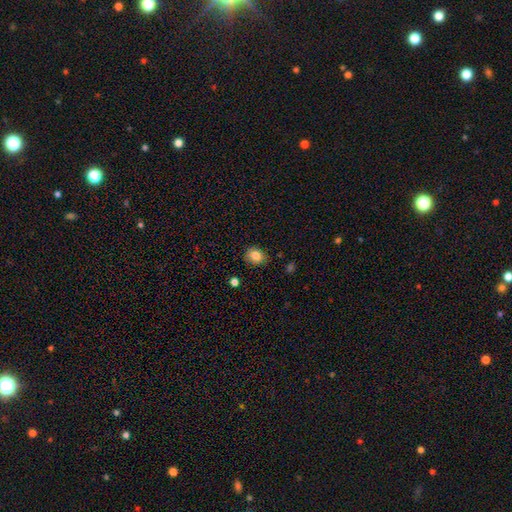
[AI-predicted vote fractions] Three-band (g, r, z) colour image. It shows a smooth galaxy with no disk features (83%) that is round (60%). Merging: none (84%).